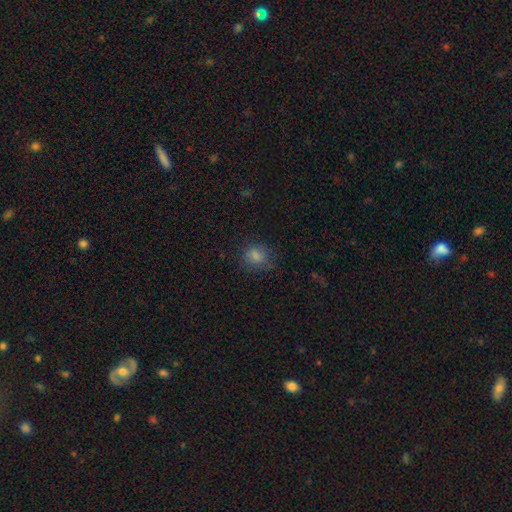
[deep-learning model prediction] Smooth or featured?
  - smooth: 80% *
  - star or artifact: 13%
  - featured or disk: 7%
How rounded?
  - round: 69% *
  - in between: 30%
  - cigar-shaped: 1%
Merging?
  - none: 74% *
  - minor disturbance: 17%
  - major disturbance: 7%
  - merger: 1%